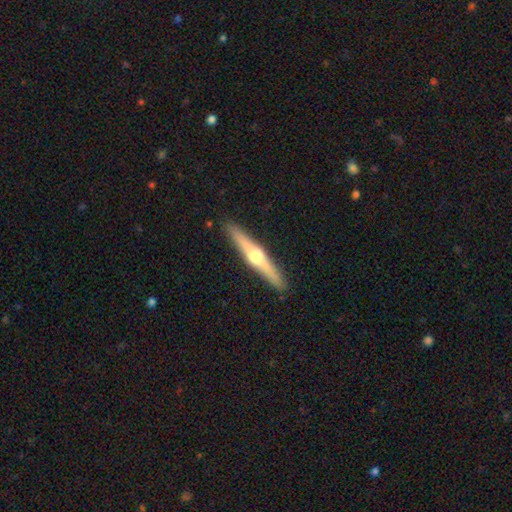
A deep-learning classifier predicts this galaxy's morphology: Smooth or featured? featured or disk (66%)
Edge-on disk? yes (97%)
Edge-on bulge? rounded (92%)
Merging? none (91%)